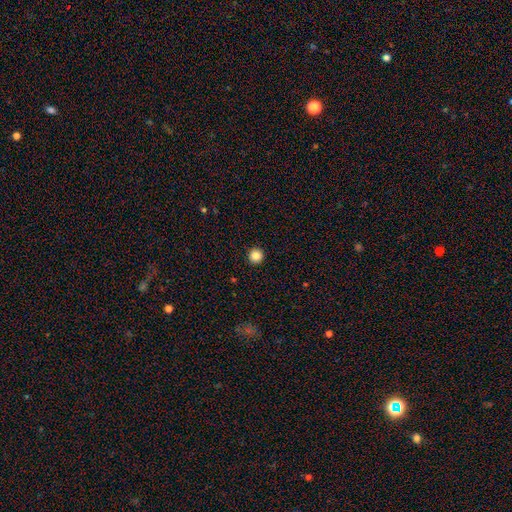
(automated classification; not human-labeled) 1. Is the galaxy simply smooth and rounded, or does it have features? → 86% smooth, 10% star or artifact, 4% featured or disk.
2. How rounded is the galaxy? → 96% round, 3% in between, 1% cigar-shaped.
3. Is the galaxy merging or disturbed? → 94% none, 4% minor disturbance, 1% major disturbance, 1% merger.